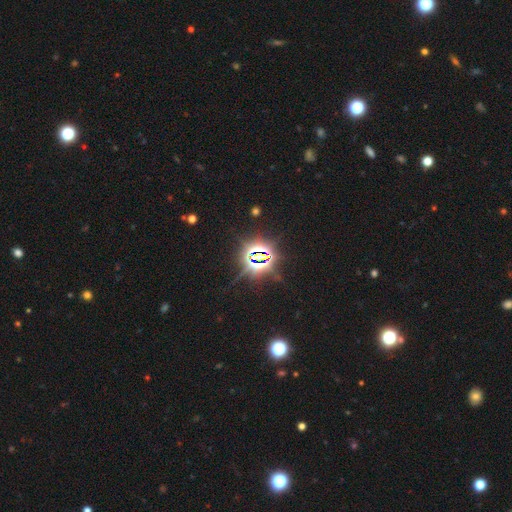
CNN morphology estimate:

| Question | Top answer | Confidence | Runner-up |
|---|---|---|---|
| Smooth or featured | star or artifact | 84% | smooth (9%) |